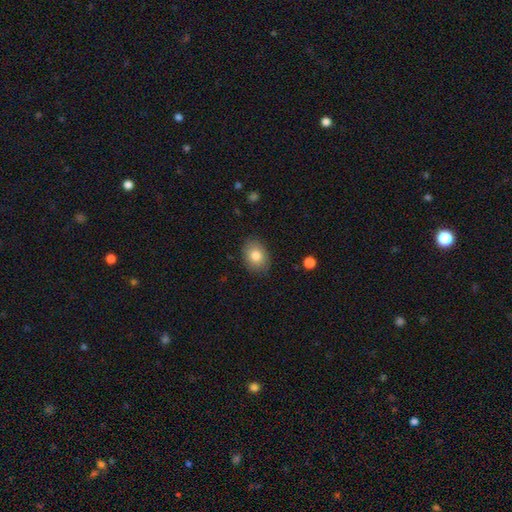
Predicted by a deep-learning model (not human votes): This is clearly a smooth galaxy (82%). How rounded: likely in between (63%). Merging: clearly none (85%).